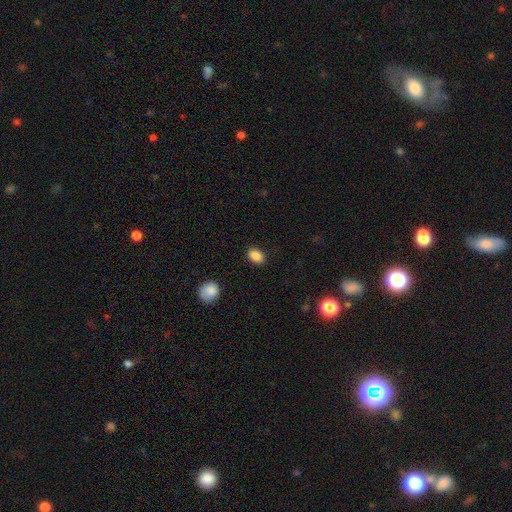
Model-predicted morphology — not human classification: This is clearly a smooth galaxy (88%). How rounded: likely in between (77%). Merging: clearly none (89%).